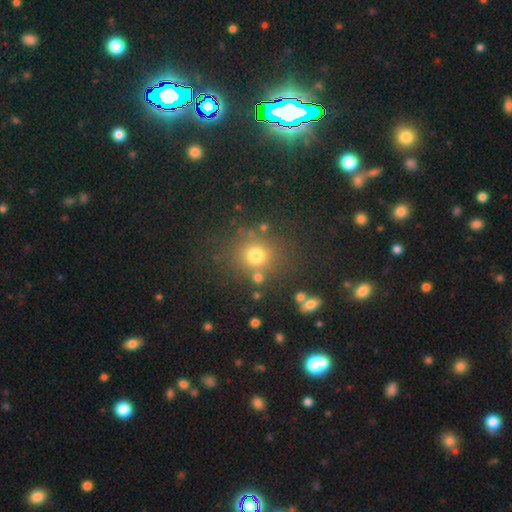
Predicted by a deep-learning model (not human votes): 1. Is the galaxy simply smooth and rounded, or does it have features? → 72% smooth, 19% star or artifact, 9% featured or disk.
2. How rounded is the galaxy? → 85% round, 14% in between, 1% cigar-shaped.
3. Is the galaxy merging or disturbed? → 77% none, 10% minor disturbance, 8% merger, 5% major disturbance.